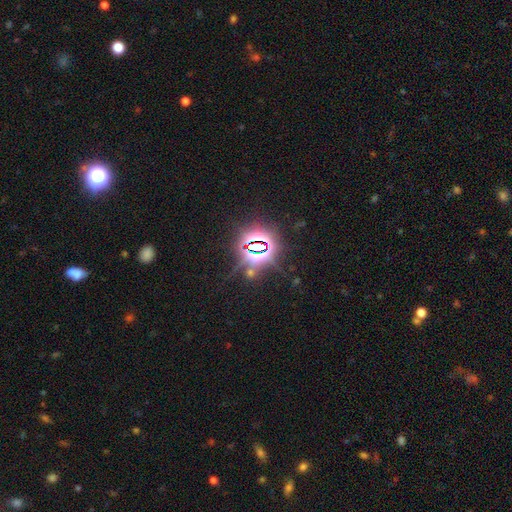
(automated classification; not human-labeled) Overall: star or artifact (80%).